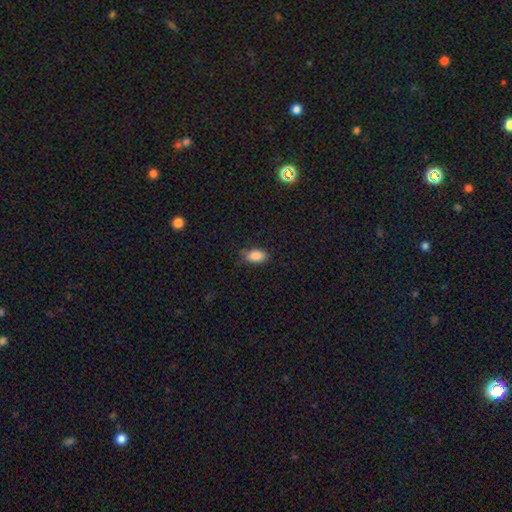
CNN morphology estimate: A smooth galaxy with no disk features (87%) that is in between round and cigar-shaped (91%). Merging: none (78%).